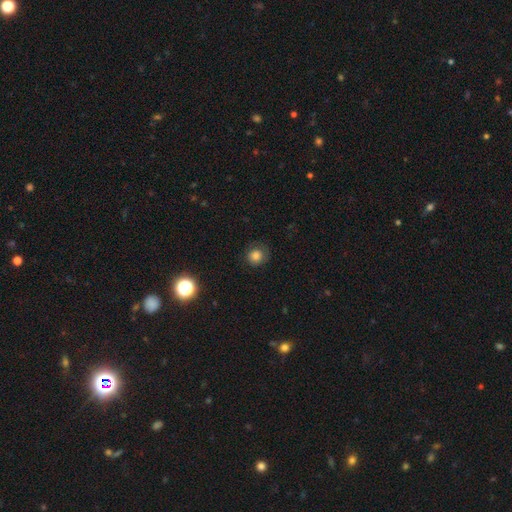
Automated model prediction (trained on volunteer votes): Overall: smooth (79%). How rounded: round (87%). Merging: none (76%).